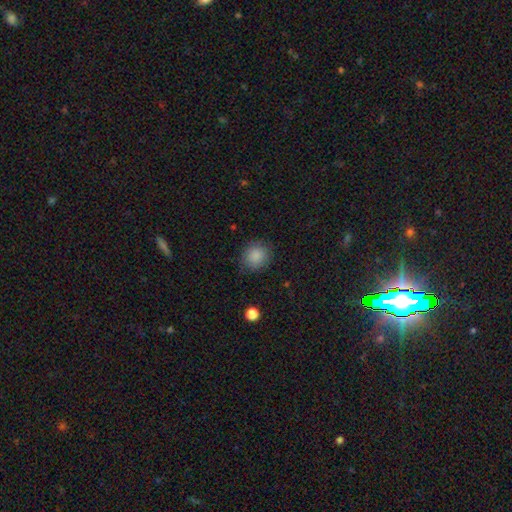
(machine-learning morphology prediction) Q: Smooth or featured?
A: smooth (87%); runner-up: star or artifact (9%)
Q: How rounded?
A: round (83%); runner-up: in between (16%)
Q: Merging?
A: none (85%); runner-up: minor disturbance (11%)